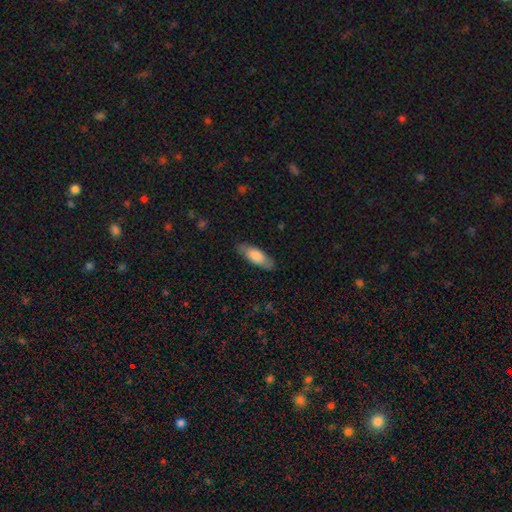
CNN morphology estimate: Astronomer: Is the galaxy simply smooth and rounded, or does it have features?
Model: smooth — 78%.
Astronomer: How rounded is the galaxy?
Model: in between — 64%.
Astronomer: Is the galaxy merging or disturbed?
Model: none — 85%.